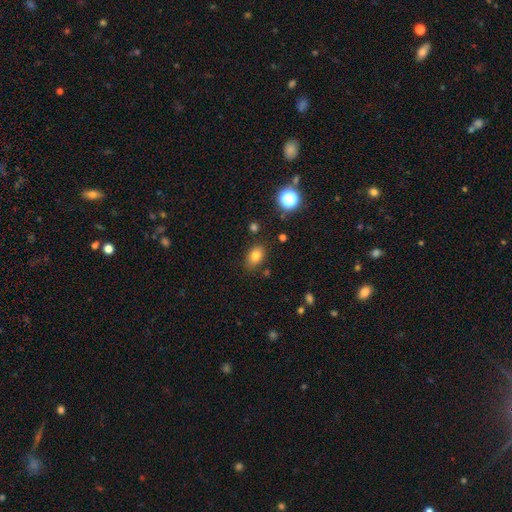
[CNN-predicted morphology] Smooth or featured? smooth (79%)
How rounded? in between (80%)
Merging? none (79%)